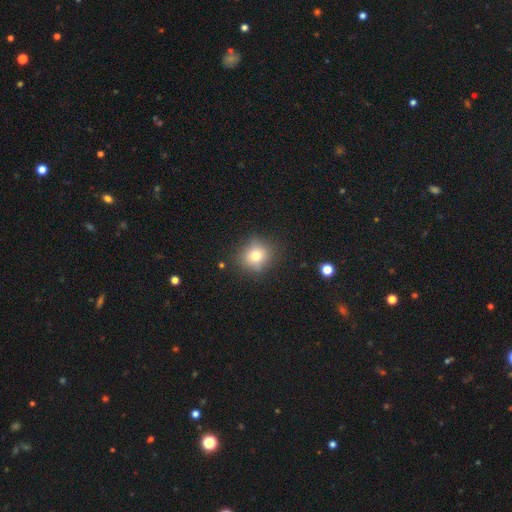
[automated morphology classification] type=smooth (76%); roundness=round (85%); merging=none (83%).